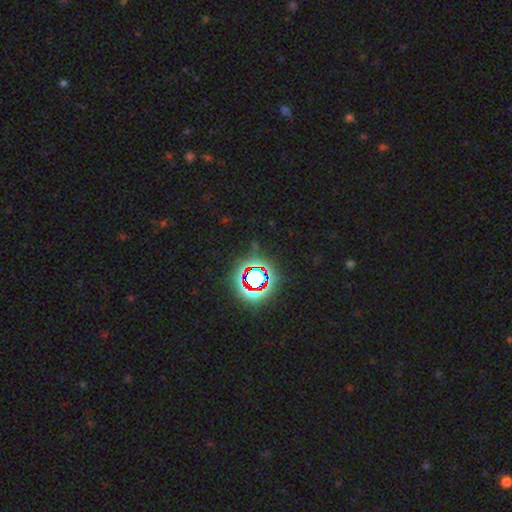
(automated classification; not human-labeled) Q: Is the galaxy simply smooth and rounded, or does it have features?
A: star or artifact — 79%.